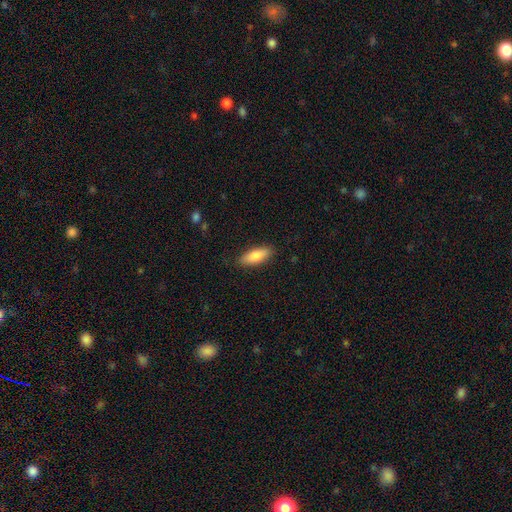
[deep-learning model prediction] Smooth or featured? Predicted: smooth (p=0.84). How rounded? Predicted: in between (p=0.70). Merging? Predicted: none (p=0.87).